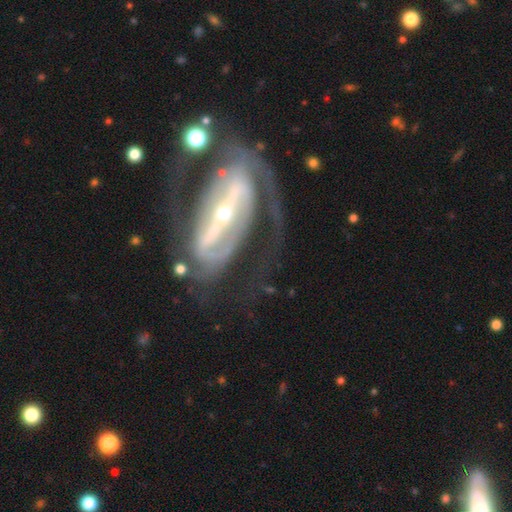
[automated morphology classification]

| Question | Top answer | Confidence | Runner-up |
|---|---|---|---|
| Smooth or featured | featured or disk | 88% | smooth (6%) |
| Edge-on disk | no | 90% | yes (10%) |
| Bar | strong | 76% | weak (15%) |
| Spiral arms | yes | 89% | no (11%) |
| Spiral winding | tight | 45% | medium (39%) |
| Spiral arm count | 2 | 71% | can't tell (15%) |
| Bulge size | small | 70% | moderate (25%) |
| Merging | none | 59% | major disturbance (20%) |